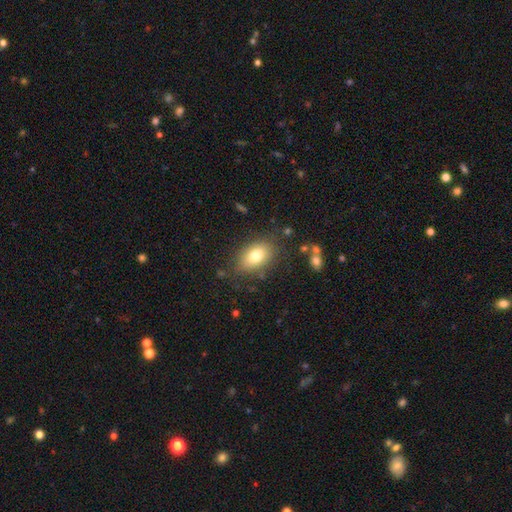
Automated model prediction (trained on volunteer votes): This is likely a smooth galaxy (77%). How rounded: clearly in between (85%). Merging: clearly none (80%).